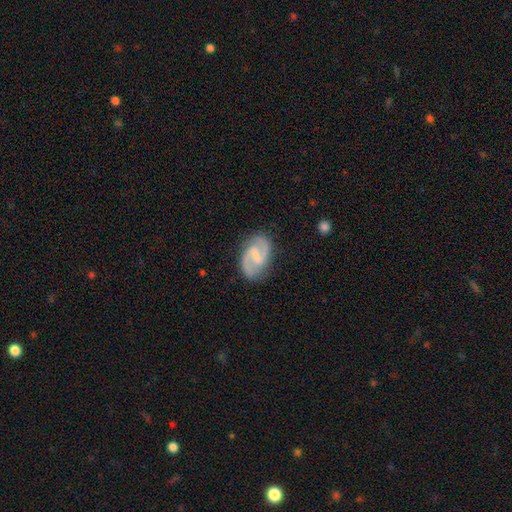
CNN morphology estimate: Smooth or featured: featured or disk — 86% (smooth — 9%)
Edge-on disk: no — 98% (yes — 2%)
Bar: weak — 53% (strong — 30%)
Spiral arms: yes — 96% (no — 4%)
Spiral winding: medium — 55% (loose — 25%)
Spiral arm count: 2 — 93% (can't tell — 3%)
Bulge size: small — 45% (none — 35%)
Merging: none — 83% (minor disturbance — 12%)